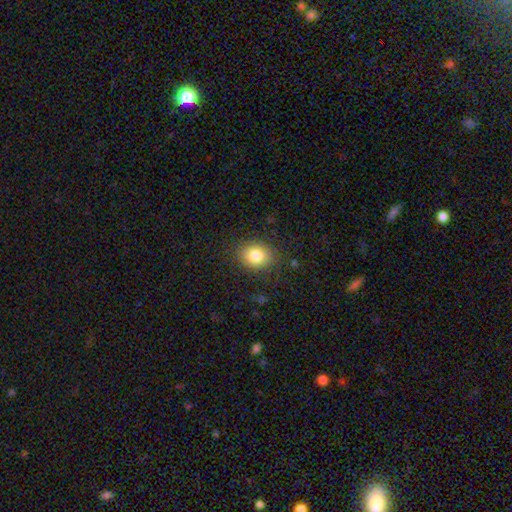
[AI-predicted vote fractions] smooth-or-featured: smooth: 83% | star or artifact: 10% | featured or disk: 7%
  how-rounded: round: 54% | in between: 45% | cigar-shaped: 1%
  merging: none: 85% | minor disturbance: 10% | major disturbance: 4% | merger: 1%